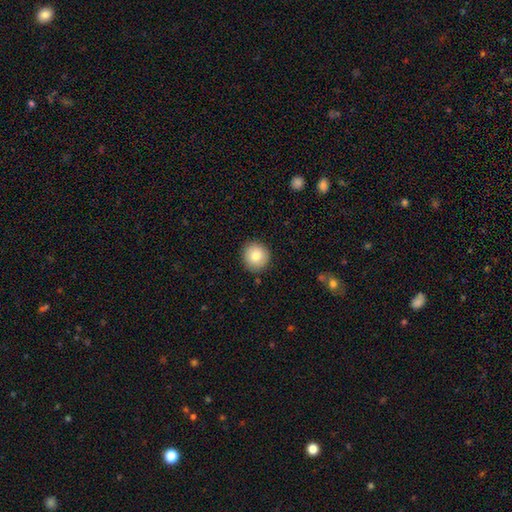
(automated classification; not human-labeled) Smooth or featured? smooth (80%)
How rounded? round (92%)
Merging? none (90%)